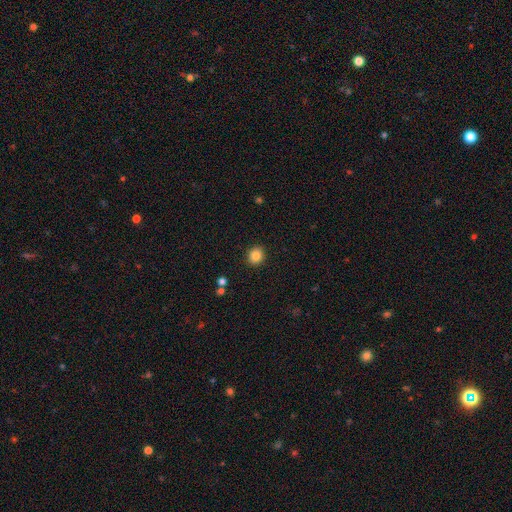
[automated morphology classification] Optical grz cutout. It shows a smooth galaxy with no disk features (84%) that is round (78%). Merging: none (91%).